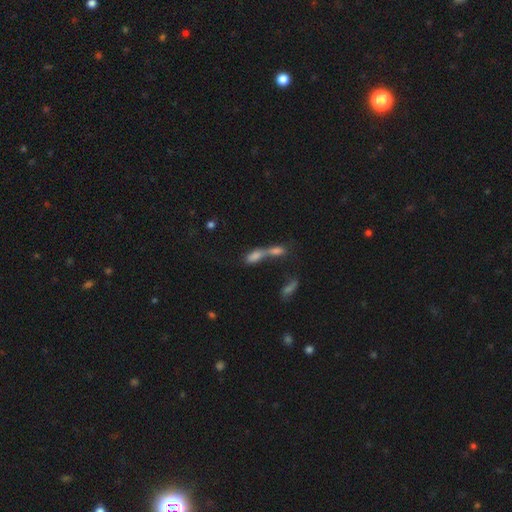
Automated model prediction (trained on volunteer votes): Smooth or featured?
  - smooth: 64% *
  - featured or disk: 21%
  - star or artifact: 15%
How rounded?
  - in between: 64% *
  - cigar-shaped: 29%
  - round: 8%
Merging?
  - merger: 72% *
  - none: 15%
  - major disturbance: 7%
  - minor disturbance: 6%